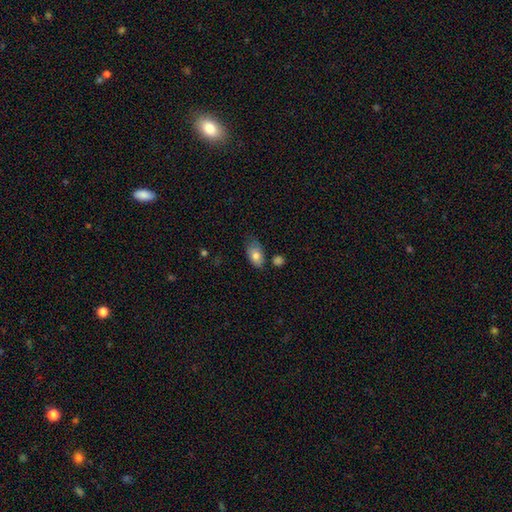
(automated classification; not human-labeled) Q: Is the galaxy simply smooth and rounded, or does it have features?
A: smooth — 78%.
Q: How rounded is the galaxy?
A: in between — 89%.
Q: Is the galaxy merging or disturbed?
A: none — 58%.